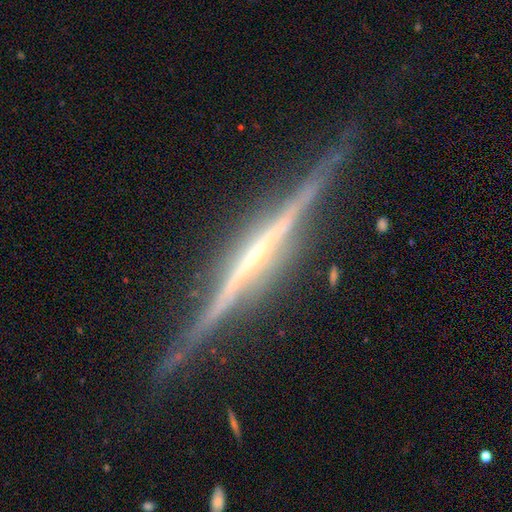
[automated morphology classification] Smooth or featured: featured or disk — 89% (smooth — 6%)
Edge-on disk: yes — 98% (no — 2%)
Edge-on bulge: none — 53% (rounded — 33%)
Merging: none — 86% (minor disturbance — 10%)